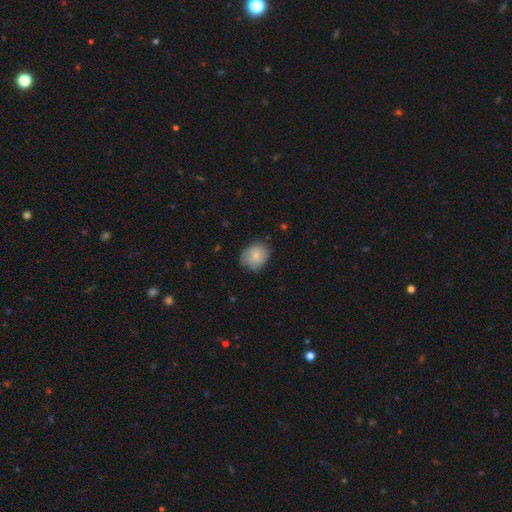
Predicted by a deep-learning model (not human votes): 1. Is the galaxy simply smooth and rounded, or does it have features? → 77% smooth, 16% featured or disk, 7% star or artifact.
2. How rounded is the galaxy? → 64% round, 35% in between, 1% cigar-shaped.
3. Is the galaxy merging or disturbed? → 64% none, 29% minor disturbance, 5% major disturbance, 1% merger.